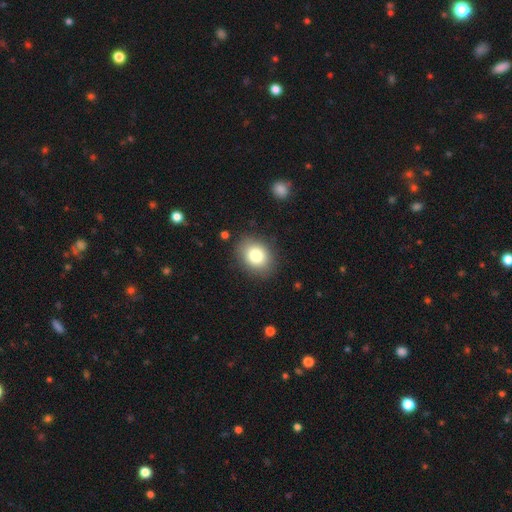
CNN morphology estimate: smooth_or_featured: smooth (p=0.82) [alt: featured or disk p=0.09]
how_rounded: in between (p=0.55) [alt: round p=0.44]
merging: none (p=0.86) [alt: minor disturbance p=0.10]